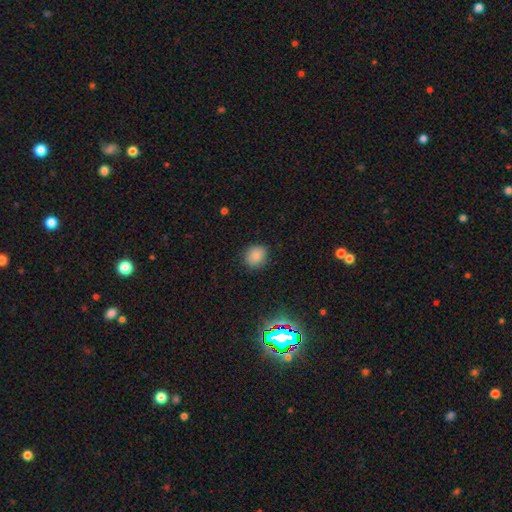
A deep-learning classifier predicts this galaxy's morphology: This appears to be a smooth galaxy with no disk features (83%) that is round (66%). Merging: none (85%).